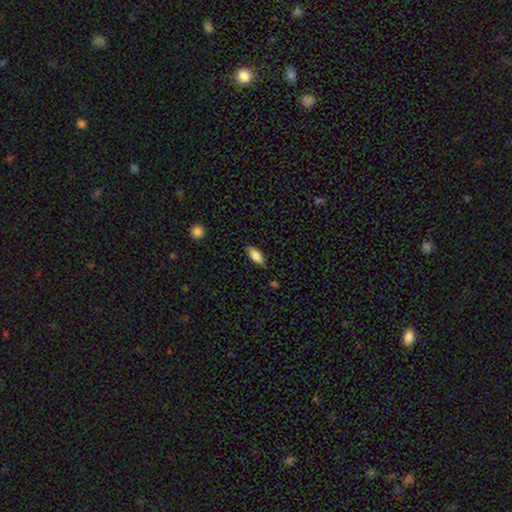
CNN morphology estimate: smooth_or_featured: smooth (p=0.80) [alt: featured or disk p=0.13]
how_rounded: in between (p=0.81) [alt: cigar-shaped p=0.17]
merging: none (p=0.83) [alt: minor disturbance p=0.13]